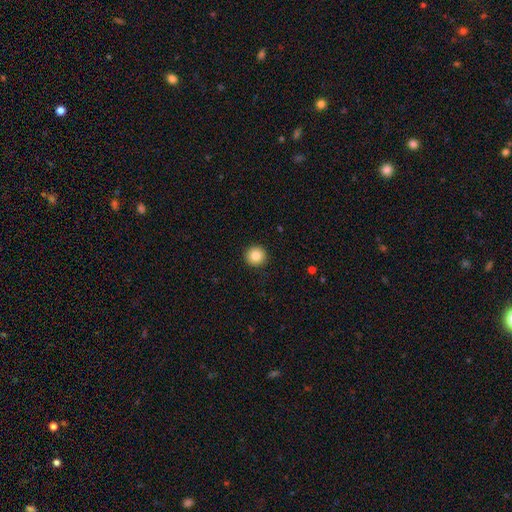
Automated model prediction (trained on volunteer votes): smooth 83%, star or artifact 10%, featured or disk 7%. Down the decision tree: how rounded — round (96%); merging — none (93%).